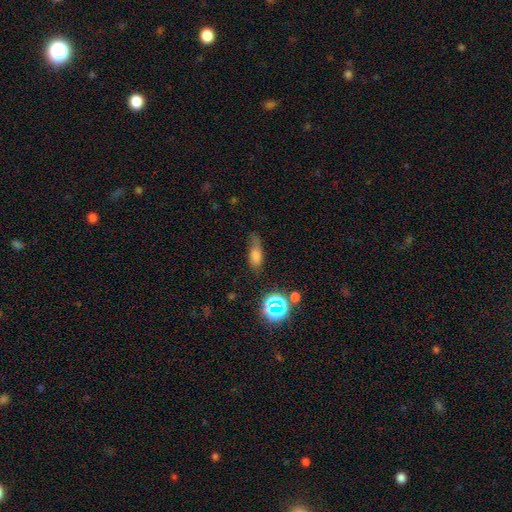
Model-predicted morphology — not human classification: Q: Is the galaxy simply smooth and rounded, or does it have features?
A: smooth — 66%.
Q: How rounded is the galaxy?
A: in between — 69%.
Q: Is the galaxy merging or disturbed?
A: none — 44%.